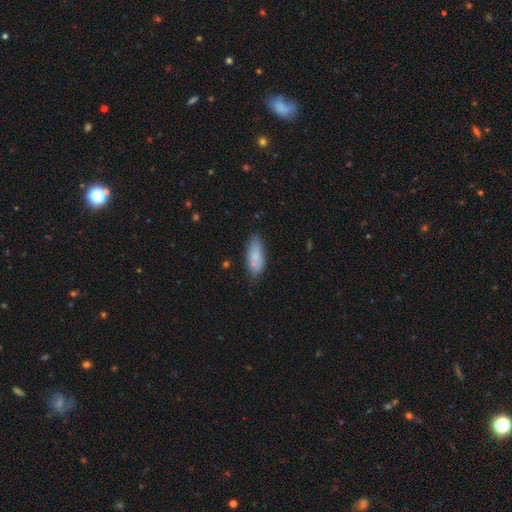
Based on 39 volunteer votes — A smooth galaxy with no disk features (82%) that is in between round and cigar-shaped (72%).

Vote fractions:
- Smooth or featured? smooth: 82% / featured or disk: 10% / star or artifact: 8%
- How rounded? in between: 72% / cigar-shaped: 28% / round: 0%
- Merging? none: 61% / minor disturbance: 31% / merger: 6% / major disturbance: 3%